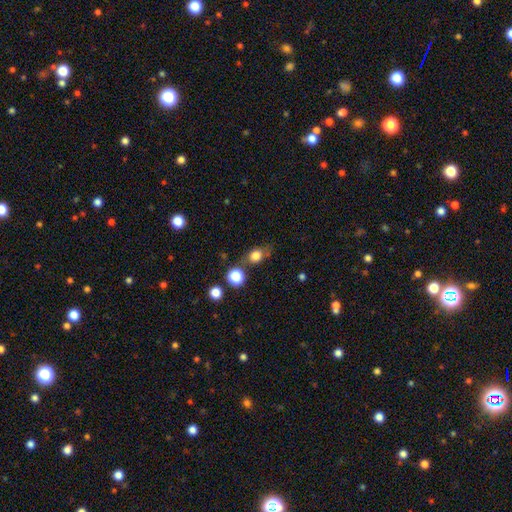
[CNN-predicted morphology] This is likely a smooth galaxy (75%). How rounded: possibly round (50%). Merging: likely none (62%).